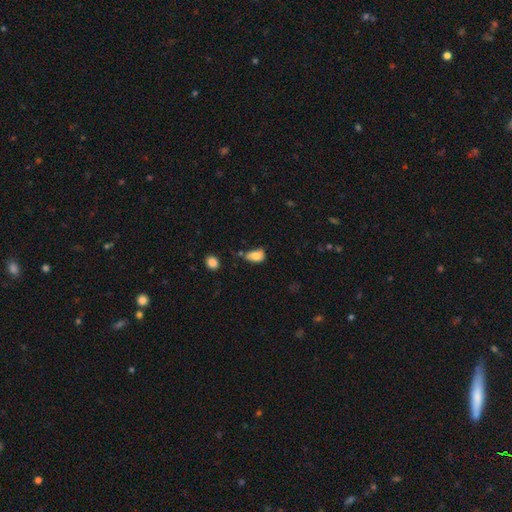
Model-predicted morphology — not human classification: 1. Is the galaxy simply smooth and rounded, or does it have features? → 80% smooth, 11% featured or disk, 9% star or artifact.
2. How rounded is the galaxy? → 86% in between, 12% round, 2% cigar-shaped.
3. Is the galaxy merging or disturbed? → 39% none (tied), 39% minor disturbance (tied), 13% major disturbance, 9% merger.